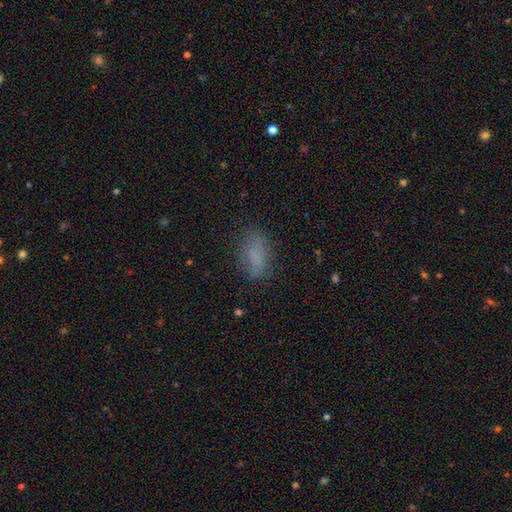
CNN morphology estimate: smooth 76%, featured or disk 12%, star or artifact 12%. Down the decision tree: how rounded — in between (86%); merging — none (73%).